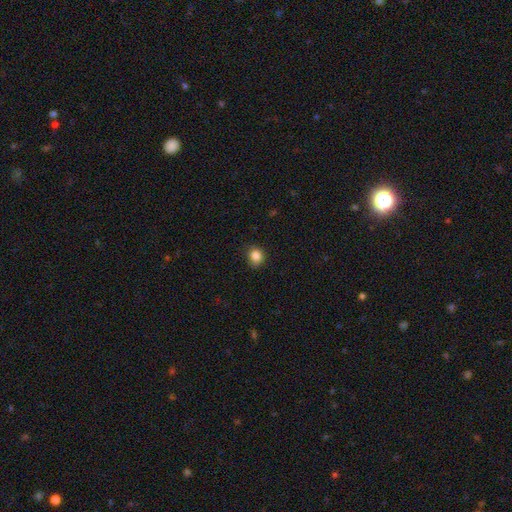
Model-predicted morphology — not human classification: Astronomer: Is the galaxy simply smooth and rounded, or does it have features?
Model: smooth — 84%.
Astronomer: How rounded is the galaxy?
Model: round — 77%.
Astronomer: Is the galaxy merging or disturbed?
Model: none — 81%.